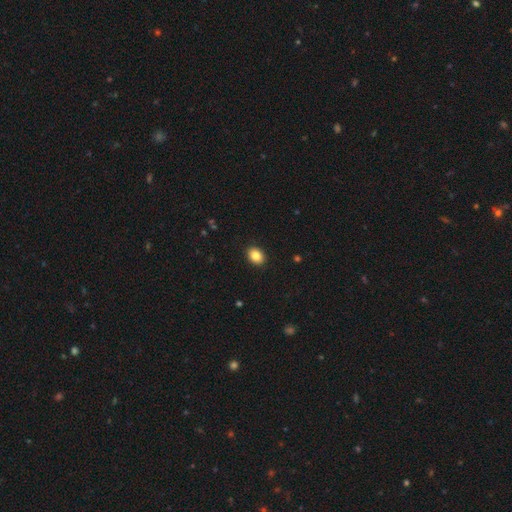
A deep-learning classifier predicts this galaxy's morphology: Q: Smooth or featured?
A: smooth (85%); runner-up: star or artifact (9%)
Q: How rounded?
A: in between (63%); runner-up: round (36%)
Q: Merging?
A: none (91%); runner-up: minor disturbance (6%)